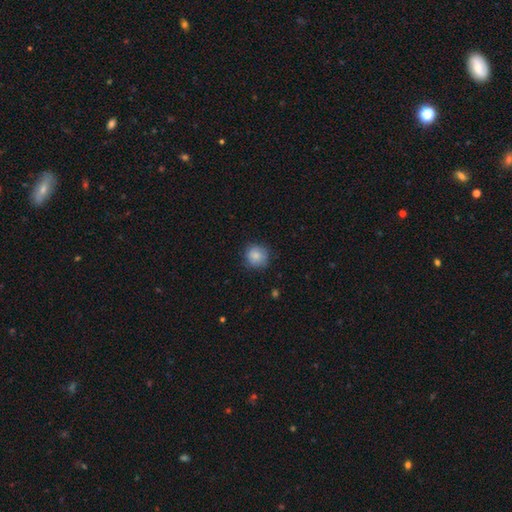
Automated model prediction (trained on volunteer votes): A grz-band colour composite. It shows a smooth galaxy with no disk features (83%) that is round (90%). Merging: none (79%).